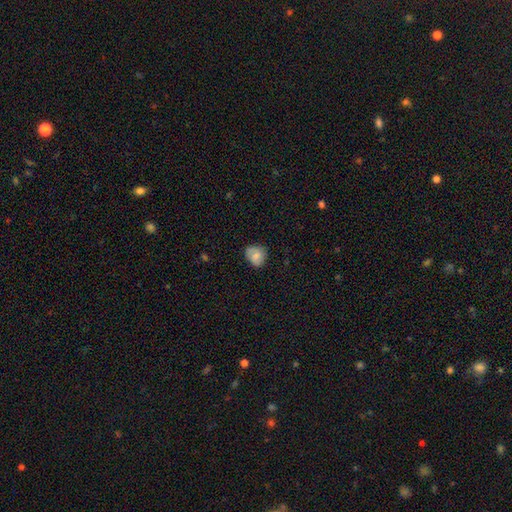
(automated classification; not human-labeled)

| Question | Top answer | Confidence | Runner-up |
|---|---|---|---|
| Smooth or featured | smooth | 71% | featured or disk (21%) |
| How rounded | round | 68% | in between (31%) |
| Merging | none | 69% | minor disturbance (24%) |